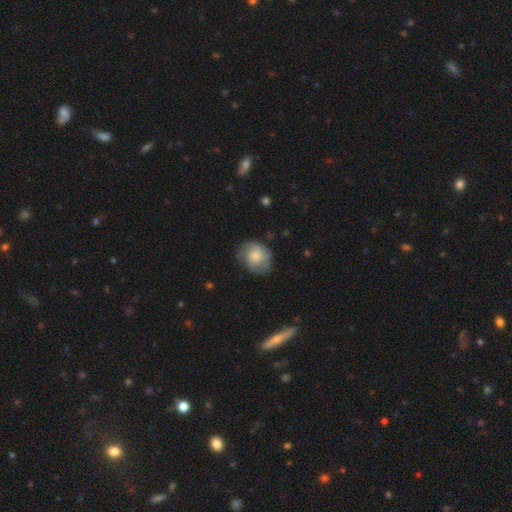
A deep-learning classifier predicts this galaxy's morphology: A smooth galaxy with no disk features (62%) that is round (55%).

Vote fractions:
- Smooth or featured? smooth: 62% / featured or disk: 31% / star or artifact: 7%
- How rounded? round: 55% / in between: 44% / cigar-shaped: 1%
- Merging? none: 62% / minor disturbance: 27% / major disturbance: 9% / merger: 2%